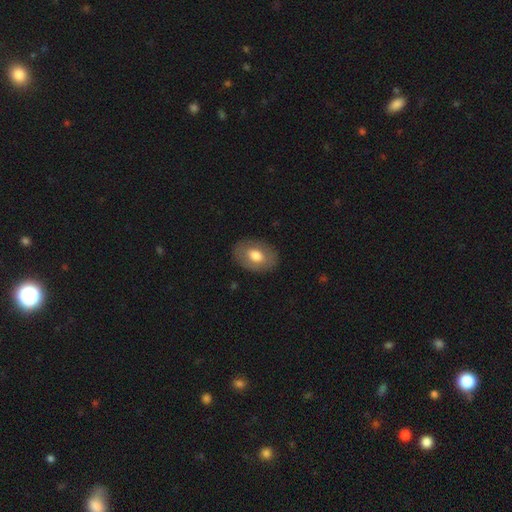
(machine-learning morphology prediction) Smooth or featured? Predicted: smooth (p=0.67). How rounded? Predicted: in between (p=0.80). Merging? Predicted: none (p=0.85).